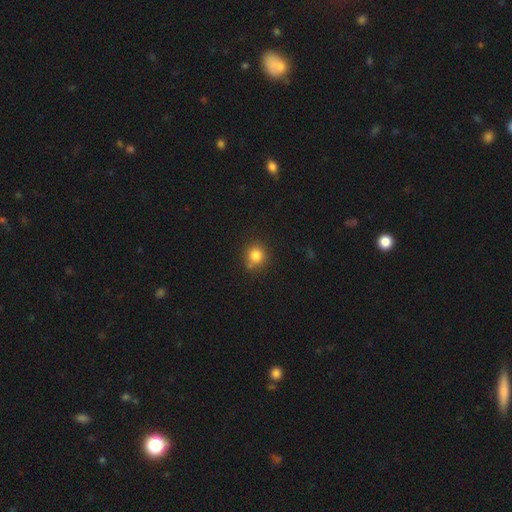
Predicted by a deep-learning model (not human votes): Morphology: type=smooth (83%); roundness=round (86%); merging=none (76%).